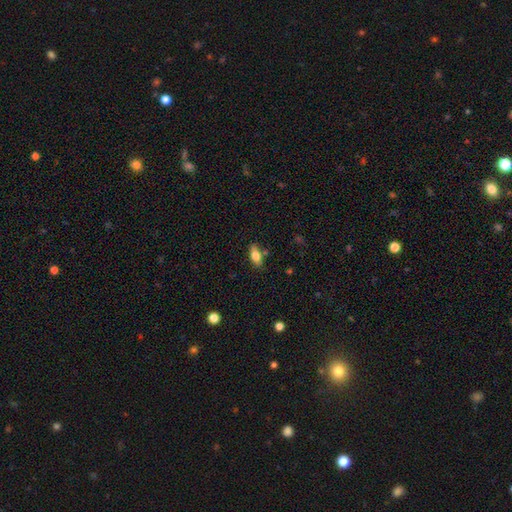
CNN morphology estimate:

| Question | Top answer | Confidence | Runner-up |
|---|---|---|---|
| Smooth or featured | smooth | 75% | featured or disk (17%) |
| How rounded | in between | 83% | cigar-shaped (13%) |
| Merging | none | 75% | minor disturbance (16%) |